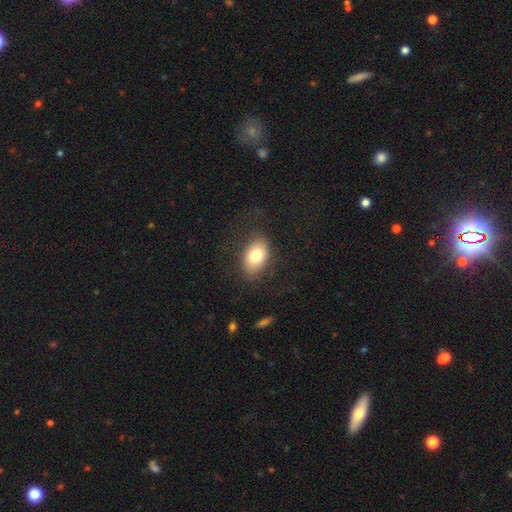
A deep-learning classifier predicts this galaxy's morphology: Q: Smooth or featured?
A: smooth (78%); runner-up: featured or disk (14%)
Q: How rounded?
A: in between (86%); runner-up: round (13%)
Q: Merging?
A: none (79%); runner-up: minor disturbance (13%)